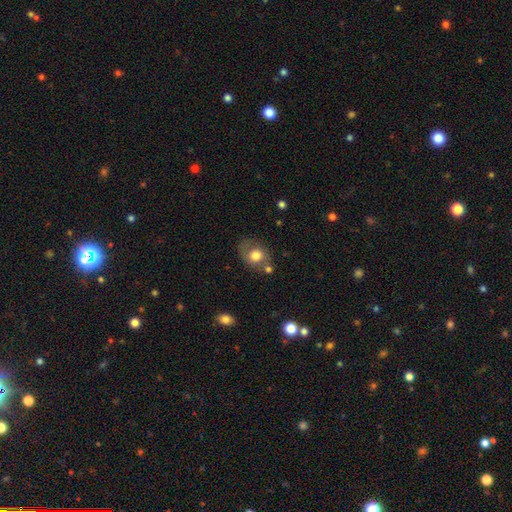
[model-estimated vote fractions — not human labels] Morphology: type=smooth (70%); roundness=round (53%); merging=none (57%).